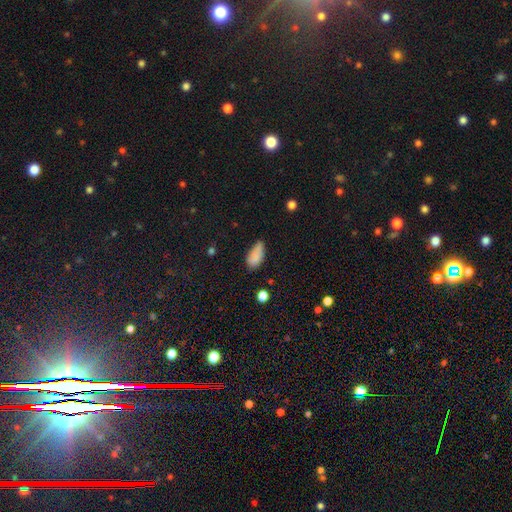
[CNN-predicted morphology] smooth 84%, star or artifact 9%, featured or disk 7%. Down the decision tree: how rounded — in between (91%); merging — none (55%).